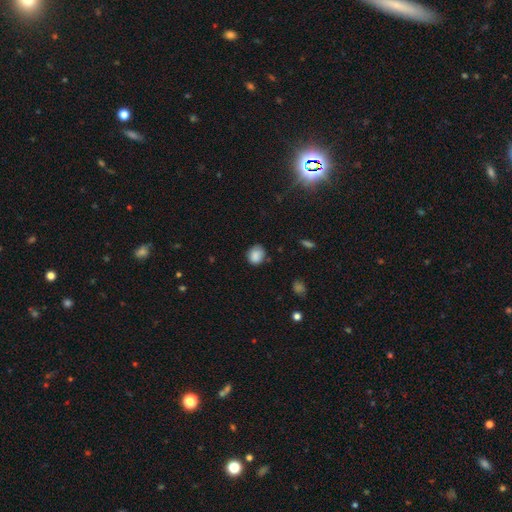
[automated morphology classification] Smooth or featured? smooth (84%)
How rounded? round (66%)
Merging? none (71%)